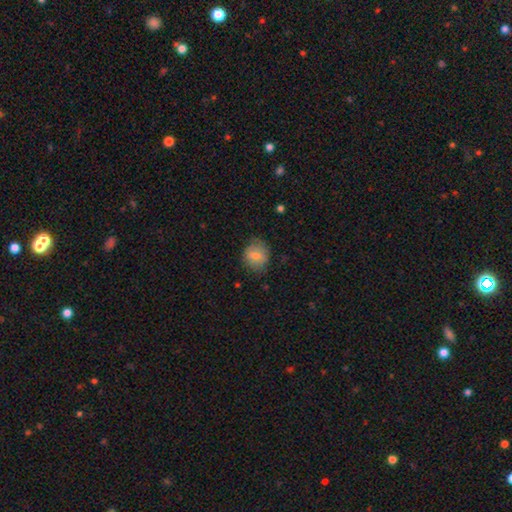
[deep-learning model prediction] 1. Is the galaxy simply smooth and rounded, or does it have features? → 77% smooth, 15% featured or disk, 8% star or artifact.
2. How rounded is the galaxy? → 68% round, 31% in between, 1% cigar-shaped.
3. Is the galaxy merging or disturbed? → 71% none, 22% minor disturbance, 6% major disturbance, 1% merger.